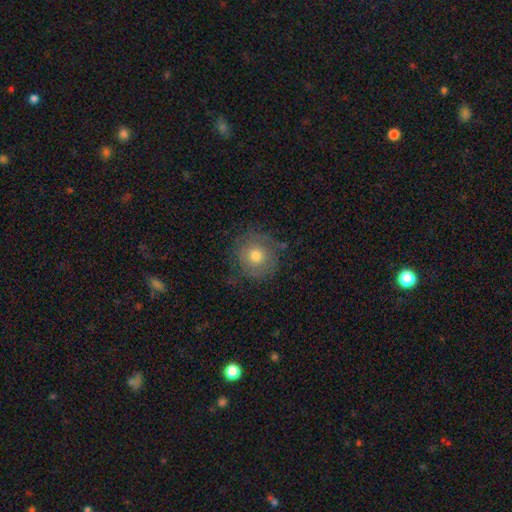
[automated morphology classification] Smooth or featured?
  - smooth: 63% *
  - featured or disk: 27%
  - star or artifact: 10%
How rounded?
  - round: 92% *
  - in between: 7%
  - cigar-shaped: 1%
Merging?
  - none: 74% *
  - minor disturbance: 17%
  - major disturbance: 7%
  - merger: 2%